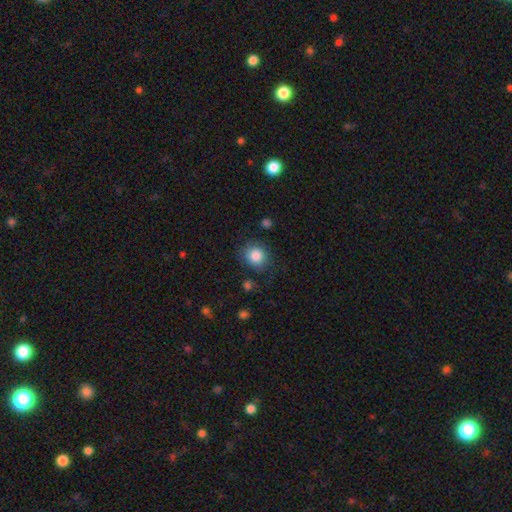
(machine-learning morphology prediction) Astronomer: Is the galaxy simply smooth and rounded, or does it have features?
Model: smooth — 84%.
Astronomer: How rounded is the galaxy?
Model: round — 81%.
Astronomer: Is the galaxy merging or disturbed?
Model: none — 78%.